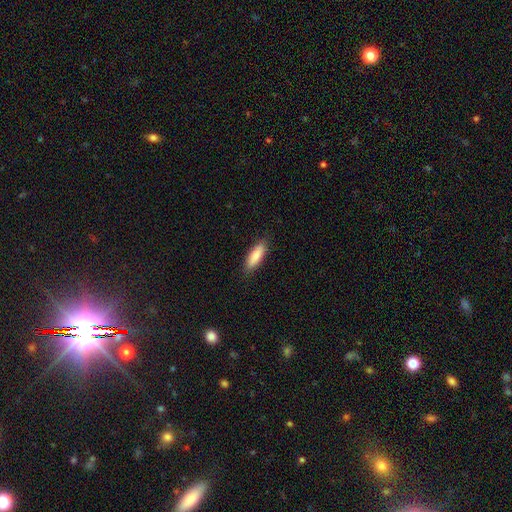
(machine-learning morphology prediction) Smooth or featured?
  - smooth: 86% *
  - featured or disk: 8%
  - star or artifact: 6%
How rounded?
  - in between: 56% *
  - cigar-shaped: 43%
  - round: 2%
Merging?
  - none: 87% *
  - minor disturbance: 10%
  - major disturbance: 2%
  - merger: 1%